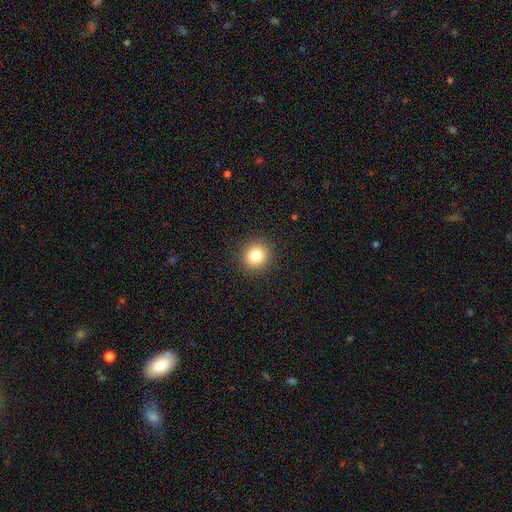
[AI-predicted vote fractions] This appears to be a smooth galaxy with no disk features (81%) that is round (90%). Merging: none (92%).